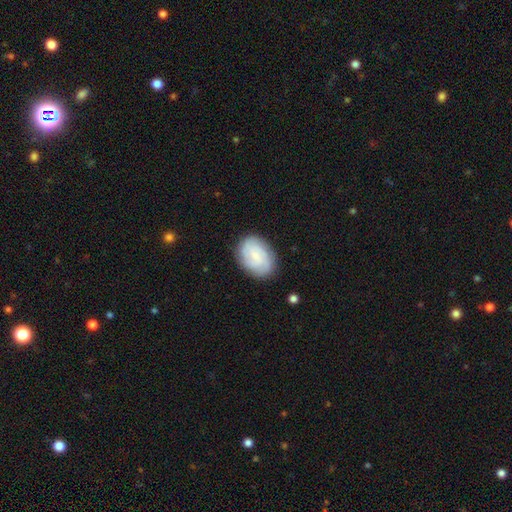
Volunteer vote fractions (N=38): Volunteers were most divided on "smooth or featured": smooth: 55%, featured or disk: 39%, star or artifact: 5%. More confident: how rounded — in between (95%); merging — none (86%).